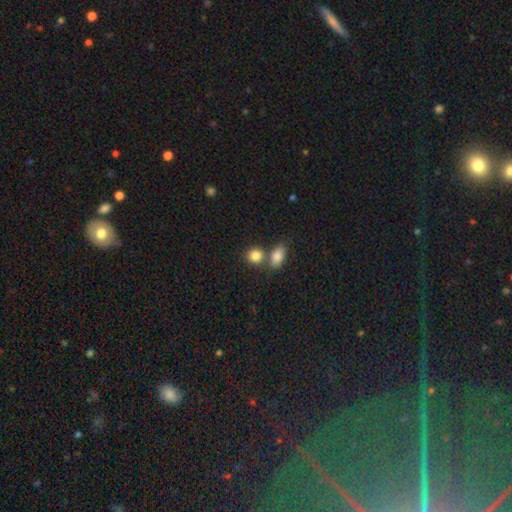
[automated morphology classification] Smooth or featured? Predicted: smooth (p=0.84). How rounded? Predicted: round (p=0.71). Merging? Predicted: none (p=0.57).